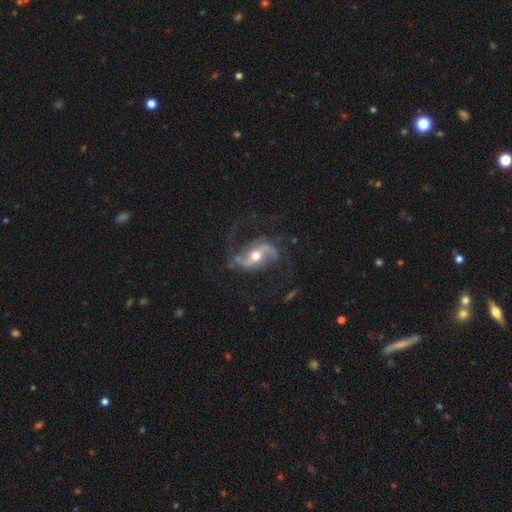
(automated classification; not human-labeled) The model was most divided on "bar": strong: 35%, weak: 34%, no: 31%. More confident: edge-on disk — no (96%); spiral arms — yes (95%); spiral arm count — 2 (91%); smooth or featured — featured or disk (88%); bulge size — moderate (76%); merging — none (64%); spiral winding — loose (61%).